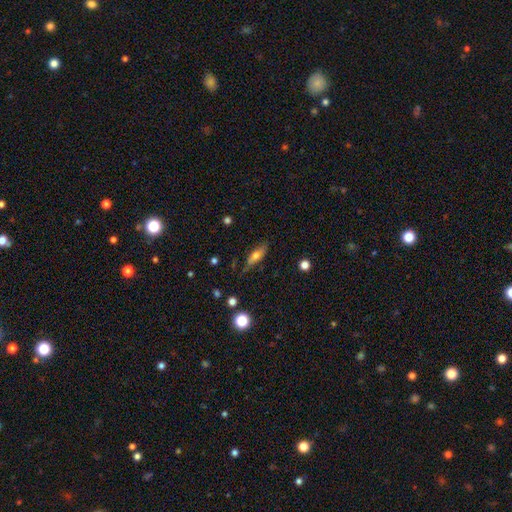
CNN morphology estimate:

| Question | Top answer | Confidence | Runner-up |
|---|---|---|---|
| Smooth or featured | smooth | 59% | featured or disk (33%) |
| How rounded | in between | 53% | cigar-shaped (43%) |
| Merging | none | 70% | minor disturbance (22%) |